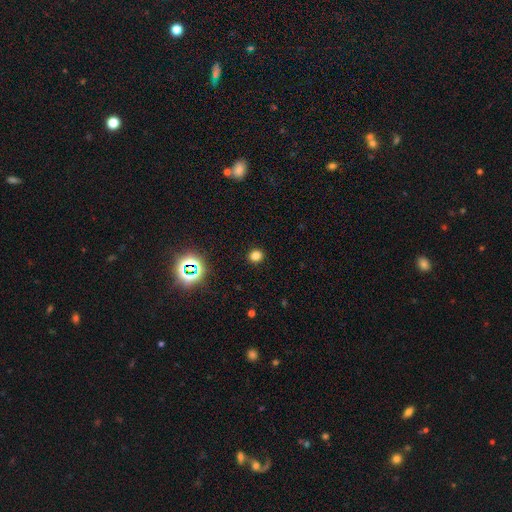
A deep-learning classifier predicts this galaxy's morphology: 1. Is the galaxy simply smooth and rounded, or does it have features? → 76% smooth, 19% star or artifact, 5% featured or disk.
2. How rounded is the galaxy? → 83% round, 16% in between, 1% cigar-shaped.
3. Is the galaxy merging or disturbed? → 91% none, 6% minor disturbance, 2% major disturbance, 1% merger.